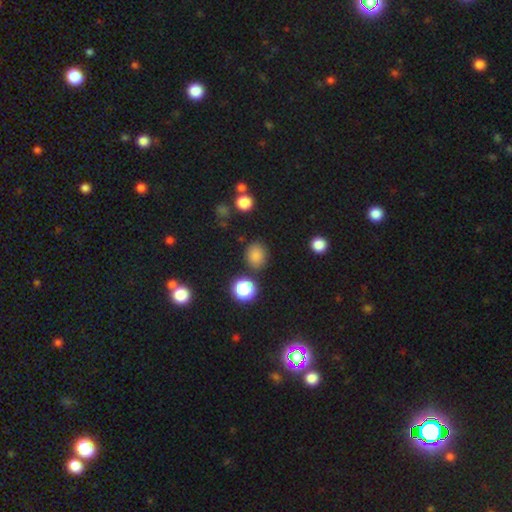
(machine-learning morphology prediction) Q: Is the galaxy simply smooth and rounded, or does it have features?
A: smooth — 82%.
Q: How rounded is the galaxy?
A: round — 66%.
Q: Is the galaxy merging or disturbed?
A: none — 80%.